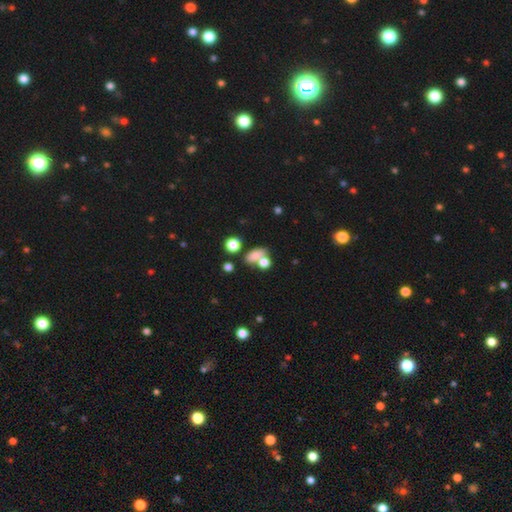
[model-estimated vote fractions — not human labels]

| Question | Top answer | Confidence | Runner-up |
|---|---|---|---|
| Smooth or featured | smooth | 74% | star or artifact (15%) |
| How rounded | in between | 66% | round (28%) |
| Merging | none | 45% | merger (35%) |